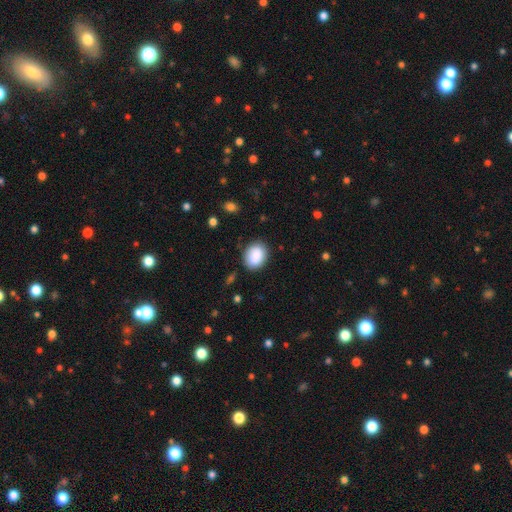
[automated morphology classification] Smooth or featured? Predicted: smooth (p=0.88). How rounded? Predicted: in between (p=0.59). Merging? Predicted: none (p=0.83).